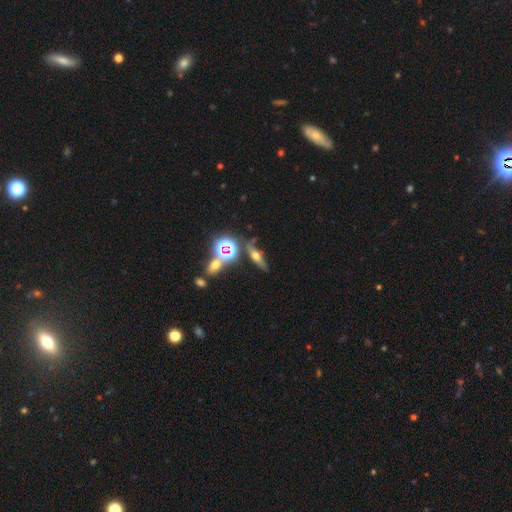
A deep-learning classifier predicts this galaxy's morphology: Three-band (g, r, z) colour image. It shows a featured or disk galaxy (44%). Merging: none (75%).